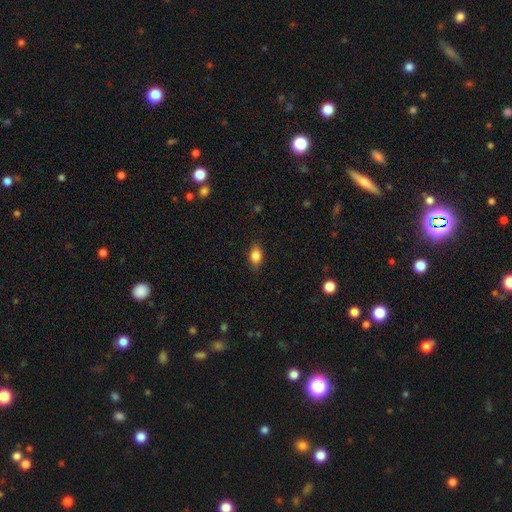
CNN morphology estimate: A smooth galaxy with no disk features (83%) that is in between round and cigar-shaped (82%).

Vote fractions:
- Smooth or featured? smooth: 83% / featured or disk: 9% / star or artifact: 8%
- How rounded? in between: 82% / round: 13% / cigar-shaped: 4%
- Merging? none: 84% / minor disturbance: 12% / major disturbance: 3% / merger: 1%